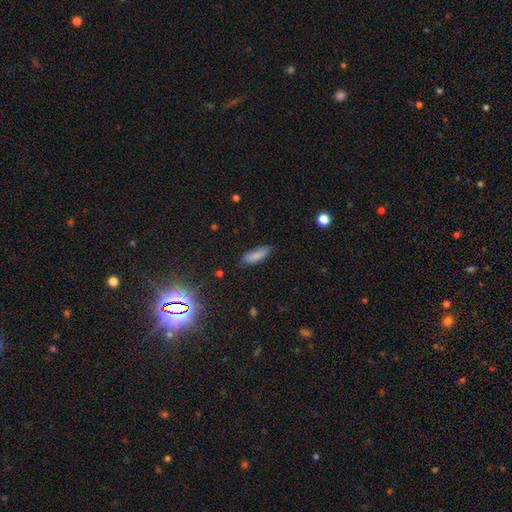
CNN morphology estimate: A smooth galaxy with no disk features (83%) that is in between round and cigar-shaped (56%). Merging: none (79%).